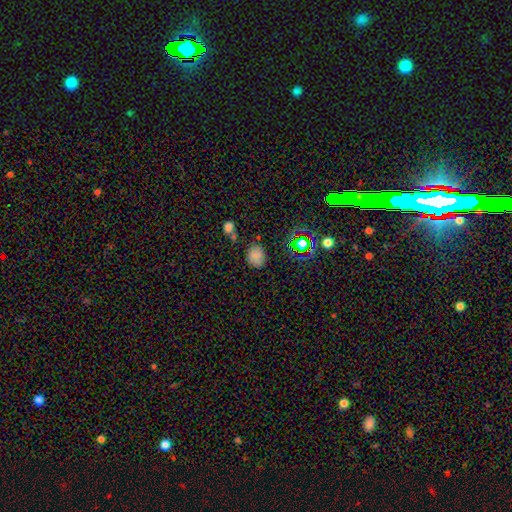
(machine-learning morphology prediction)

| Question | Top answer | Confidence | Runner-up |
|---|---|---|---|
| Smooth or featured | smooth | 73% | star or artifact (19%) |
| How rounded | round | 69% | in between (30%) |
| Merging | none | 75% | minor disturbance (15%) |